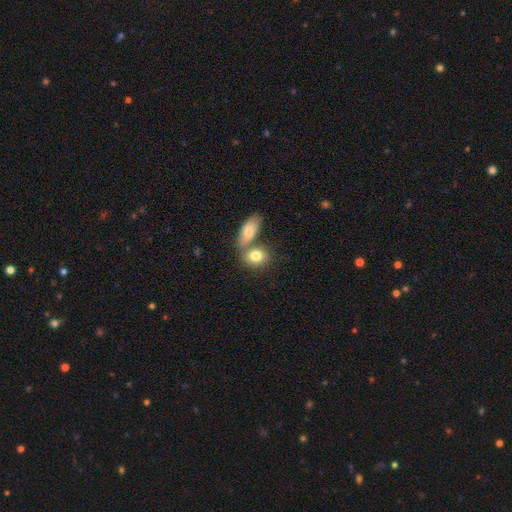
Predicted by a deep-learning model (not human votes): This is clearly a smooth galaxy (80%). How rounded: likely in between (66%). Merging: possibly none (46%).